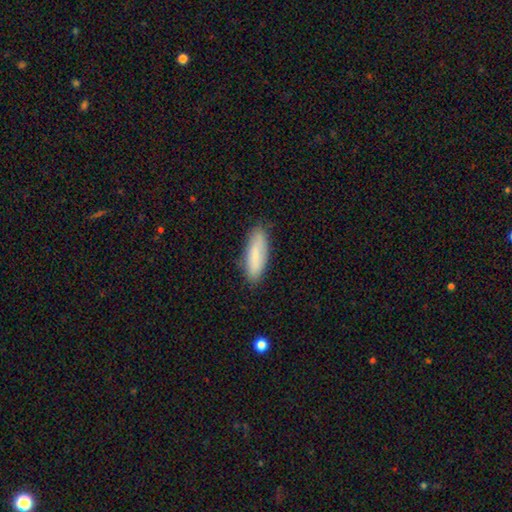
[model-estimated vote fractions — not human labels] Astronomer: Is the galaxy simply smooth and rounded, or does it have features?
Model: smooth — 80%.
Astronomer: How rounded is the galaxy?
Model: in between — 51% (runner-up: cigar-shaped, 47%).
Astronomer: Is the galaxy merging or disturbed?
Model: none — 82%.